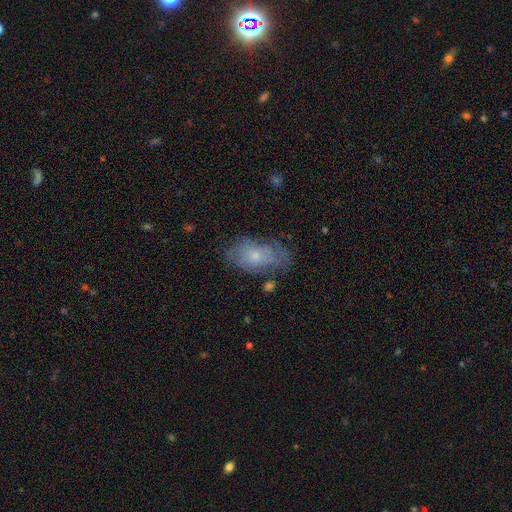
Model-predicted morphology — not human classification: Smooth or featured: smooth — 56% (featured or disk — 36%)
How rounded: in between — 89% (round — 8%)
Merging: none — 54% (minor disturbance — 29%)